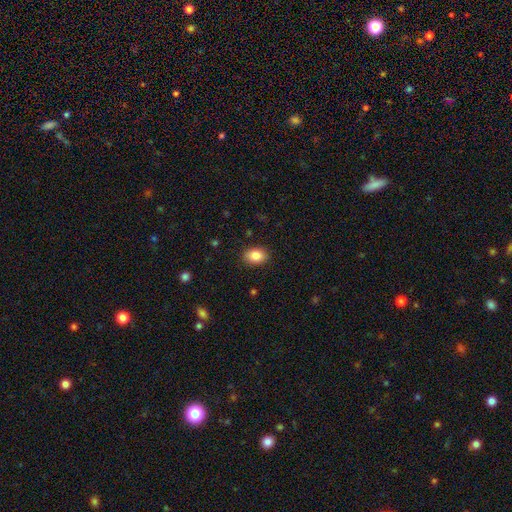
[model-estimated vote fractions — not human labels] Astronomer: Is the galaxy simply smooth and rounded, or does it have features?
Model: smooth — 86%.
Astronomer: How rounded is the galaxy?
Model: in between — 75%.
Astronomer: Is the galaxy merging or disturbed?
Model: none — 89%.